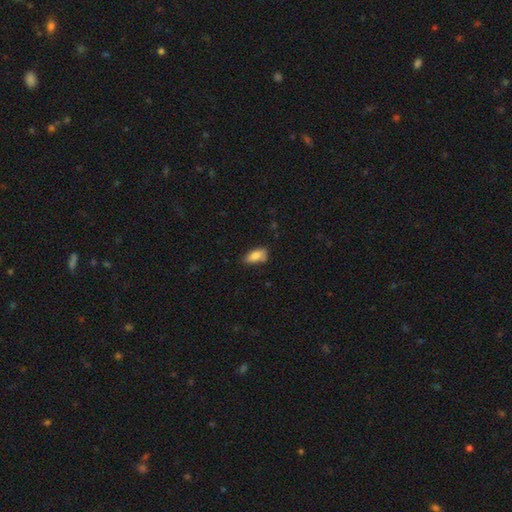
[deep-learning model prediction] Q: Smooth or featured?
A: smooth (84%); runner-up: featured or disk (9%)
Q: How rounded?
A: in between (88%); runner-up: cigar-shaped (9%)
Q: Merging?
A: none (63%); runner-up: minor disturbance (29%)